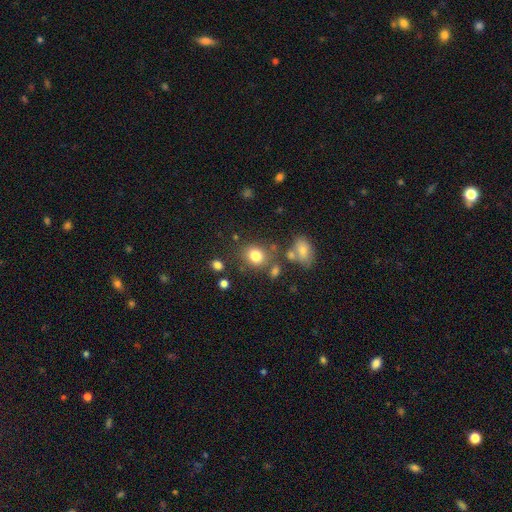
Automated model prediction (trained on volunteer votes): Smooth or featured?
  - smooth: 79% *
  - star or artifact: 13%
  - featured or disk: 8%
How rounded?
  - round: 68% *
  - in between: 31%
  - cigar-shaped: 1%
Merging?
  - none: 71% *
  - minor disturbance: 13%
  - merger: 11%
  - major disturbance: 5%